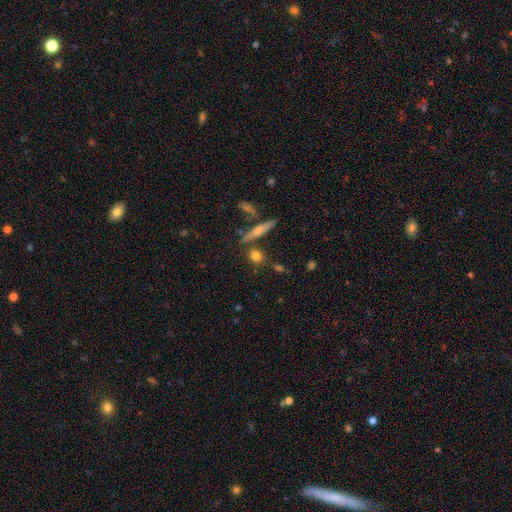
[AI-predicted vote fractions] Morphology: type=smooth (76%); roundness=round (52%); merging=none (75%).